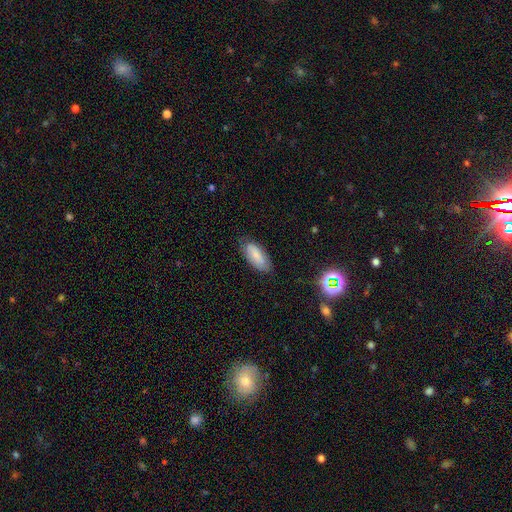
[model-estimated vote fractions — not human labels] This appears to be a smooth galaxy with no disk features (80%) that is in between round and cigar-shaped (83%). Merging: none (76%).